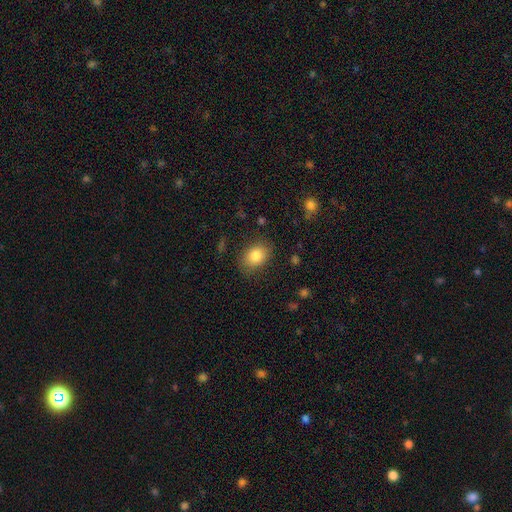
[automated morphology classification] The model was most divided on "how rounded": in between: 68%, round: 31%, cigar-shaped: 1%. More confident: smooth or featured — smooth (84%); merging — none (81%).